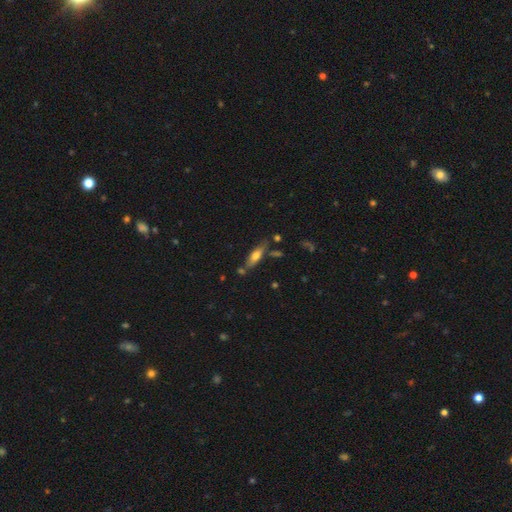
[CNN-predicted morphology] This appears to be a smooth galaxy with no disk features (61%) that is in between round and cigar-shaped (51%). Merging: none (67%).